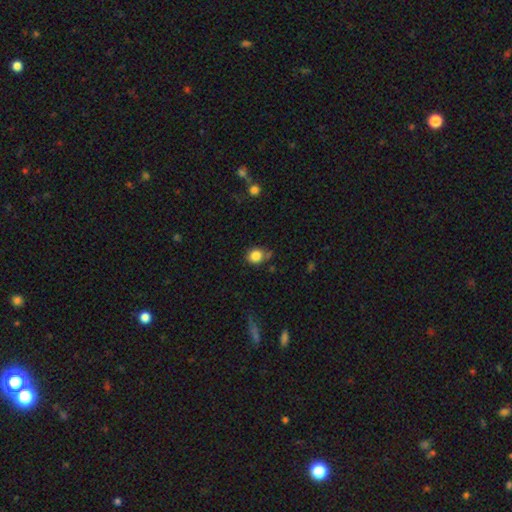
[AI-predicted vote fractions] Q: Smooth or featured?
A: smooth (84%); runner-up: star or artifact (11%)
Q: How rounded?
A: round (78%); runner-up: in between (21%)
Q: Merging?
A: none (68%); runner-up: minor disturbance (21%)